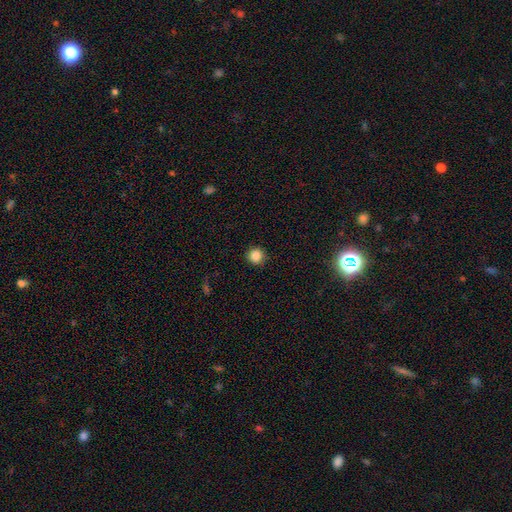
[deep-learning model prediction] The model was most divided on "smooth or featured": smooth: 86%, star or artifact: 11%, featured or disk: 4%. More confident: how rounded — round (94%); merging — none (90%).